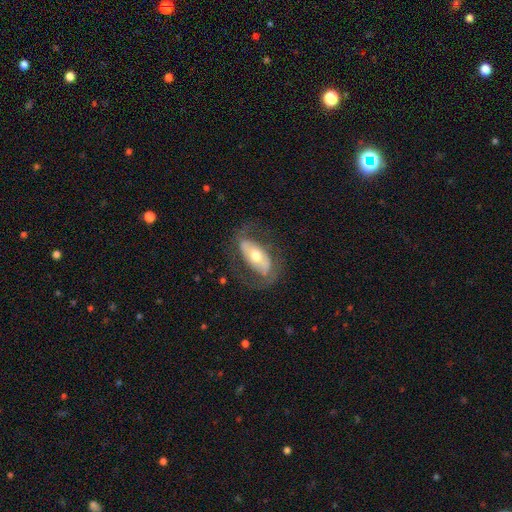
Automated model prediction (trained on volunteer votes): A featured or disk galaxy (69%) with a strong bar (38%), spiral arms (70%) and a moderate central bulge (67%).

Vote fractions:
- Smooth or featured? featured or disk: 69% / smooth: 26% / star or artifact: 6%
- Edge-on disk? no: 89% / yes: 11%
- Bar? strong: 38% / no: 37% / weak: 26%
- Spiral arms? yes: 70% / no: 30%
- Bulge size? moderate: 67% / small: 21% / large: 10% / dominant: 1% / none: 1%
- Merging? none: 69% / minor disturbance: 16% / major disturbance: 14% / merger: 1%